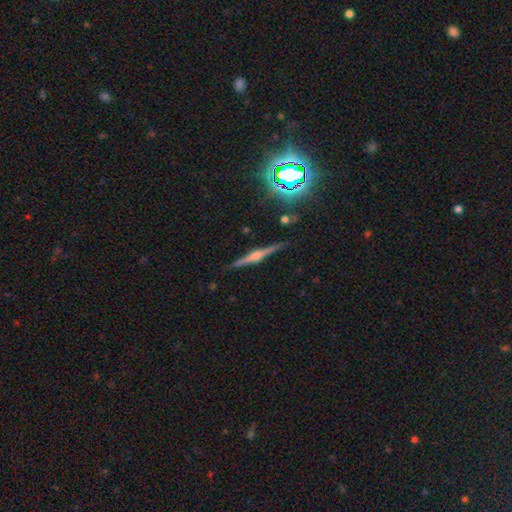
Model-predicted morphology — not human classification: The model was most divided on "smooth or featured": featured or disk: 76%, smooth: 12%, star or artifact: 12%. More confident: edge-on disk — yes (98%); merging — none (88%); edge-on bulge — rounded (81%).